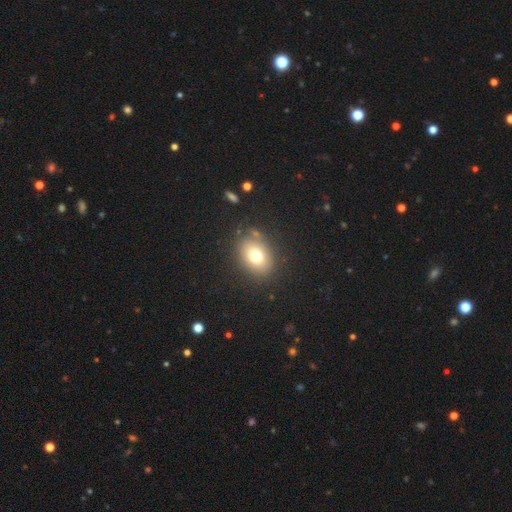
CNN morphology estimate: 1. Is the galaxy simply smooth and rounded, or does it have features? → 73% smooth, 14% featured or disk, 13% star or artifact.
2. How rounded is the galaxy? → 62% in between, 36% round, 1% cigar-shaped.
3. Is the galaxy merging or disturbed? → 82% none, 11% minor disturbance, 4% major disturbance, 3% merger.